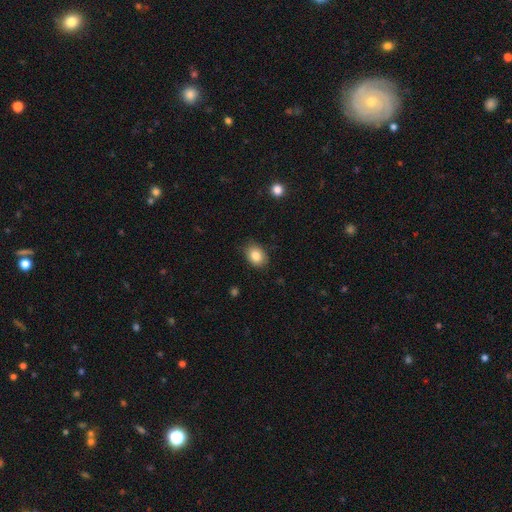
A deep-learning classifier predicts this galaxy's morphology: Q: Smooth or featured?
A: smooth (85%); runner-up: star or artifact (9%)
Q: How rounded?
A: in between (69%); runner-up: round (30%)
Q: Merging?
A: none (83%); runner-up: minor disturbance (13%)